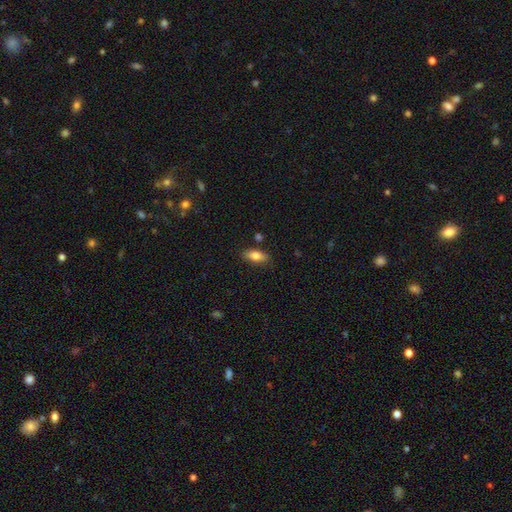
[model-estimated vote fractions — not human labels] Q: Smooth or featured?
A: smooth (80%); runner-up: featured or disk (13%)
Q: How rounded?
A: in between (84%); runner-up: cigar-shaped (13%)
Q: Merging?
A: none (83%); runner-up: minor disturbance (12%)